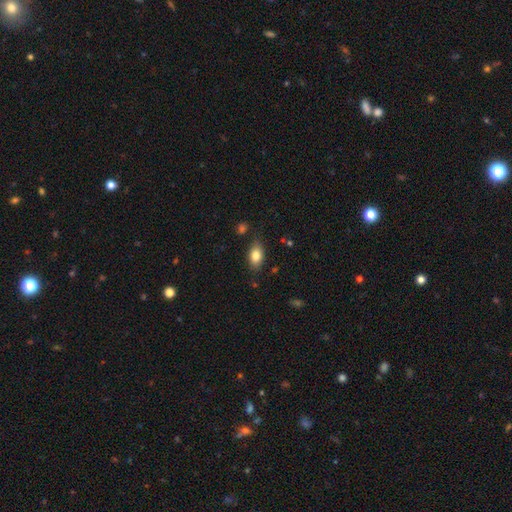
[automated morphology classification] Smooth or featured? Predicted: smooth (p=0.82). How rounded? Predicted: in between (p=0.88). Merging? Predicted: none (p=0.80).